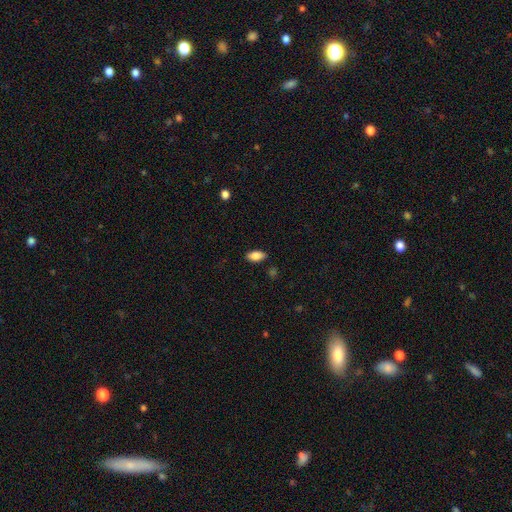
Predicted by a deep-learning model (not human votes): Smooth or featured: smooth — 85% (featured or disk — 8%)
How rounded: in between — 91% (cigar-shaped — 5%)
Merging: none — 86% (minor disturbance — 10%)